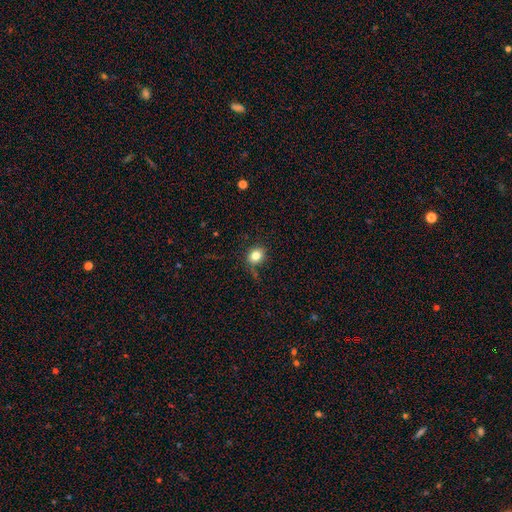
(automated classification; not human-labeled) Overall: smooth (81%). How rounded: round (71%). Merging: none (79%).